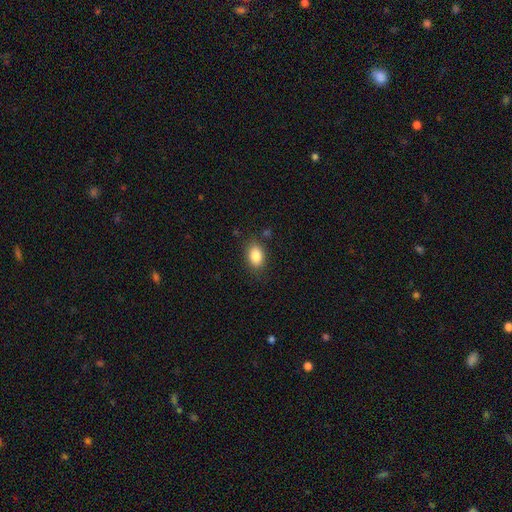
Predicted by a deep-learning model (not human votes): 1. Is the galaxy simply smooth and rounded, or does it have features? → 85% smooth, 8% star or artifact, 6% featured or disk.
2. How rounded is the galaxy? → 83% in between, 16% round, 2% cigar-shaped.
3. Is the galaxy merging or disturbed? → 82% none, 13% minor disturbance, 3% major disturbance, 2% merger.